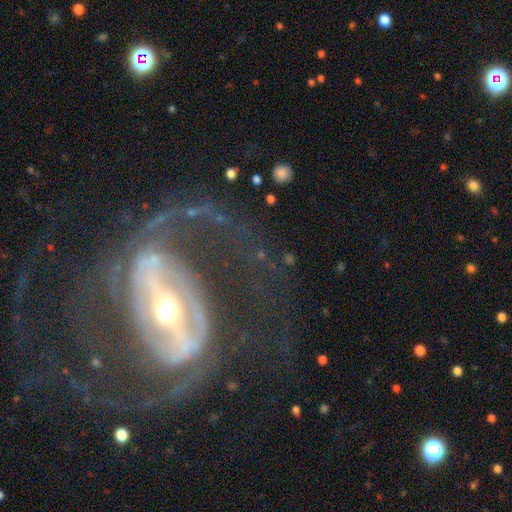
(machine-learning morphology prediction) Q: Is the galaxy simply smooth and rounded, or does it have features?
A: featured or disk — 90%.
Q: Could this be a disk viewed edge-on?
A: no — 95%.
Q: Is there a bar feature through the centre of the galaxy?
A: strong — 72%.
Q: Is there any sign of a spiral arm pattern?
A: yes — 92%.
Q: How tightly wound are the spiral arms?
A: medium — 50%.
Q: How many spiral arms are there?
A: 2 — 86%.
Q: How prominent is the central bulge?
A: small — 48%.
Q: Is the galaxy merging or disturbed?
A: none — 61%.